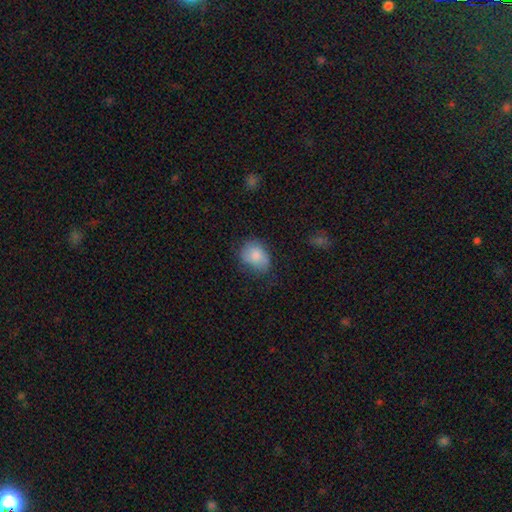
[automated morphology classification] Overall: smooth (81%). How rounded: in between (55%; round 44%). Merging: none (56%; minor disturbance 32%).